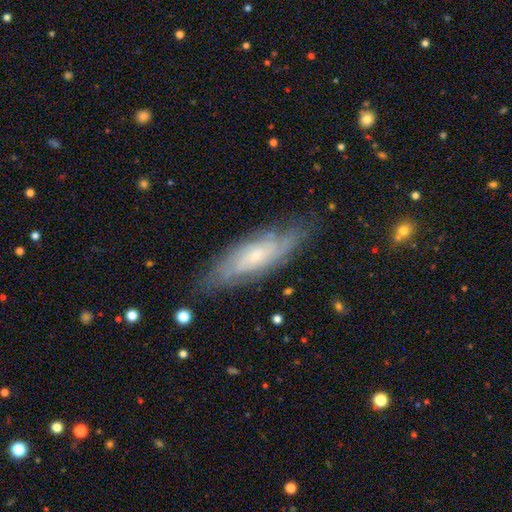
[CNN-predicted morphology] smooth-or-featured: featured or disk: 71% | smooth: 21% | star or artifact: 7%
  disk-edge-on: no: 76% | yes: 24%
    bar: no: 66% | weak: 29% | strong: 6%
    has-spiral-arms: yes: 87% | no: 13%
    bulge-size: small: 71% | moderate: 22% | none: 4% | large: 2% | dominant: 1%
  merging: none: 75% | minor disturbance: 18% | major disturbance: 5% | merger: 2%